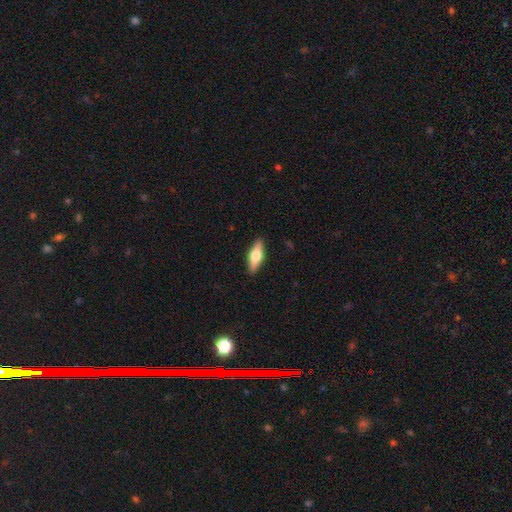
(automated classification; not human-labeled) smooth_or_featured: smooth (p=0.52) [alt: featured or disk p=0.42]
how_rounded: in between (p=0.57) [alt: cigar-shaped p=0.40]
merging: none (p=0.89) [alt: minor disturbance p=0.08]